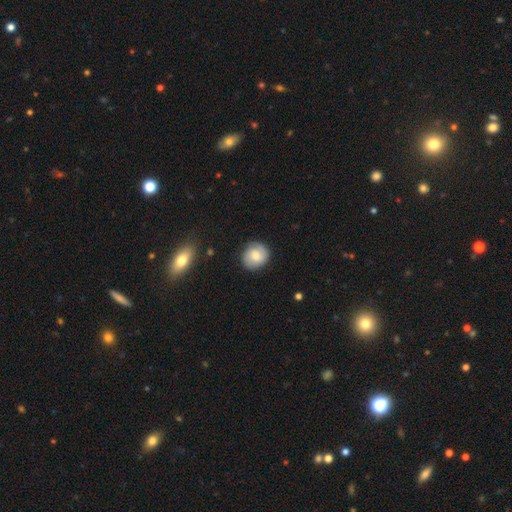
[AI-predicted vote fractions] Smooth or featured: smooth — 67% (featured or disk — 25%)
How rounded: round — 81% (in between — 18%)
Merging: none — 84% (minor disturbance — 12%)